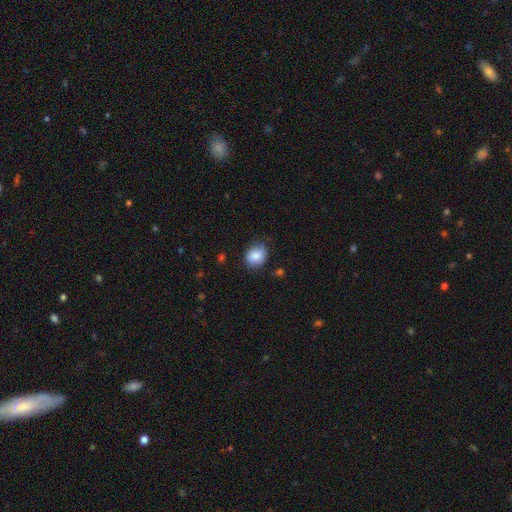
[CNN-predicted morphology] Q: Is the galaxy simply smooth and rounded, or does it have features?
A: smooth — 82%.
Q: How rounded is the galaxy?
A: round — 59%.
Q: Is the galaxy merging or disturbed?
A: none — 76%.